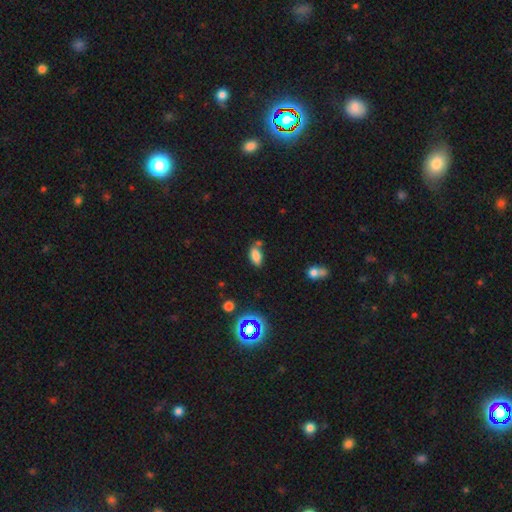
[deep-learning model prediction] The model was most divided on "merging": none: 64%, minor disturbance: 19%, merger: 13%, major disturbance: 5%. More confident: how rounded — in between (90%); smooth or featured — smooth (81%).